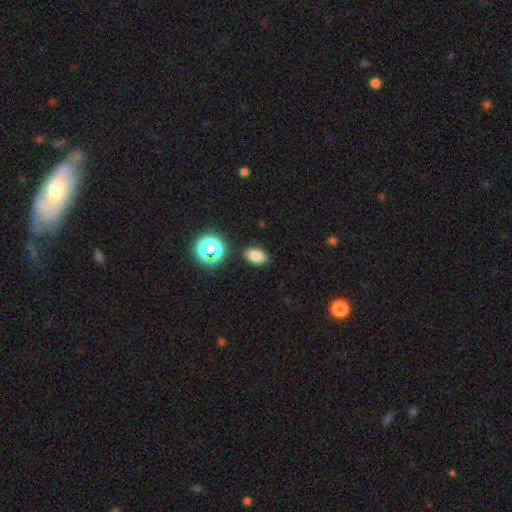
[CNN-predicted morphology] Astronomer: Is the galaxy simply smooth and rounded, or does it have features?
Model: smooth — 80%.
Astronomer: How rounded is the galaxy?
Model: in between — 82%.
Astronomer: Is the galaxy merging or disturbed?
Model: none — 85%.